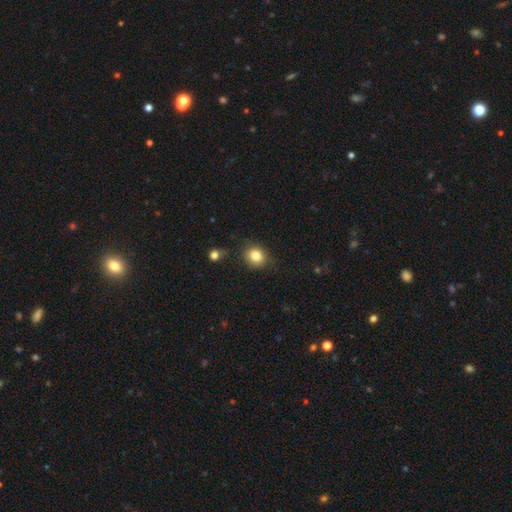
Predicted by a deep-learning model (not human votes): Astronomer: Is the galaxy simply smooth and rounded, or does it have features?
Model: smooth — 82%.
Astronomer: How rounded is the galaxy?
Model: round — 74%.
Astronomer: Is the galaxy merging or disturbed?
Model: none — 82%.